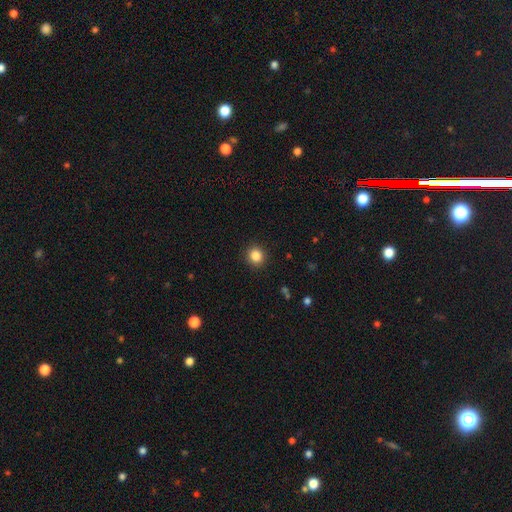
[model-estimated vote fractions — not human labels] Smooth or featured: smooth — 85% (star or artifact — 11%)
How rounded: round — 88% (in between — 11%)
Merging: none — 91% (minor disturbance — 6%)